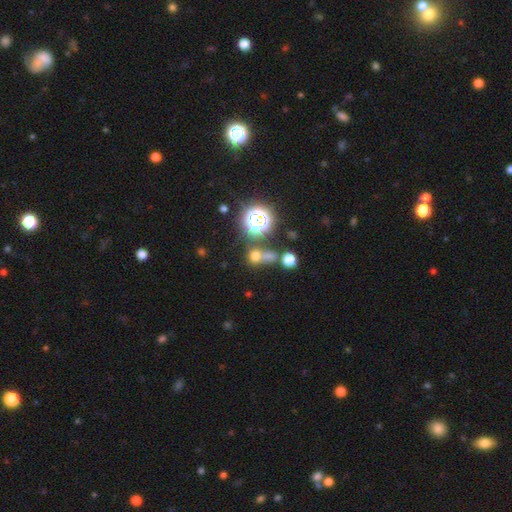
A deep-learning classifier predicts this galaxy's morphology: smooth-or-featured: smooth: 56% | star or artifact: 34% | featured or disk: 10%
  how-rounded: round: 78% | in between: 20% | cigar-shaped: 2%
  merging: none: 48% | merger: 35% | minor disturbance: 9% | major disturbance: 7%